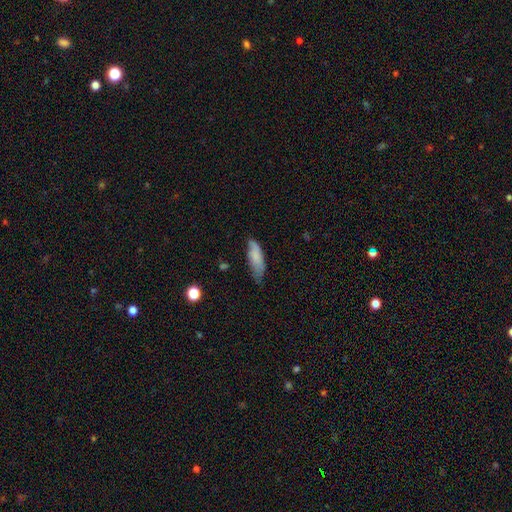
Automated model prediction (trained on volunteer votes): smooth 79%, featured or disk 14%, star or artifact 7%. Down the decision tree: how rounded — in between (63%); merging — none (56%).